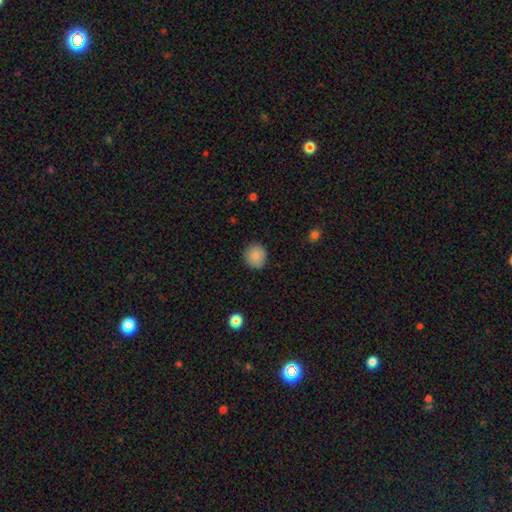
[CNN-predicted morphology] This is clearly a smooth galaxy (87%). How rounded: clearly round (89%). Merging: clearly none (88%).